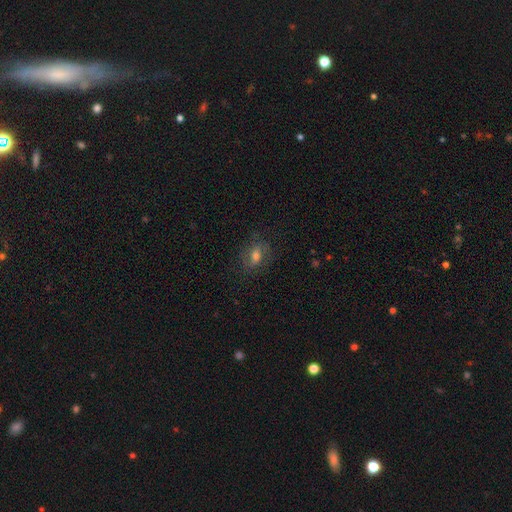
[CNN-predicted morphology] Smooth or featured? Predicted: smooth (p=0.44). Merging? Predicted: none (p=0.76).